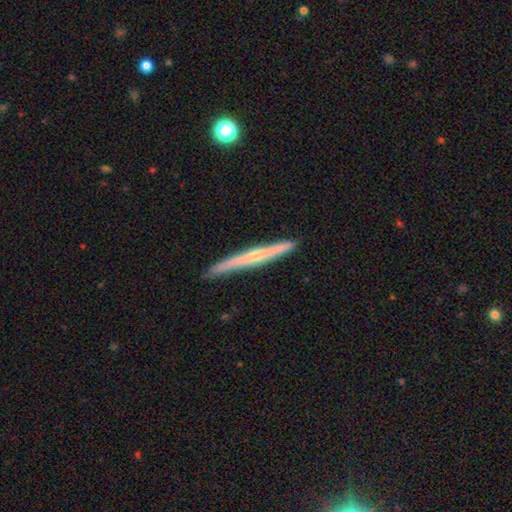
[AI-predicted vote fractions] A featured or disk galaxy (63%) viewed edge-on (97%) with a rounded central bulge (59%). Merging: none (91%).